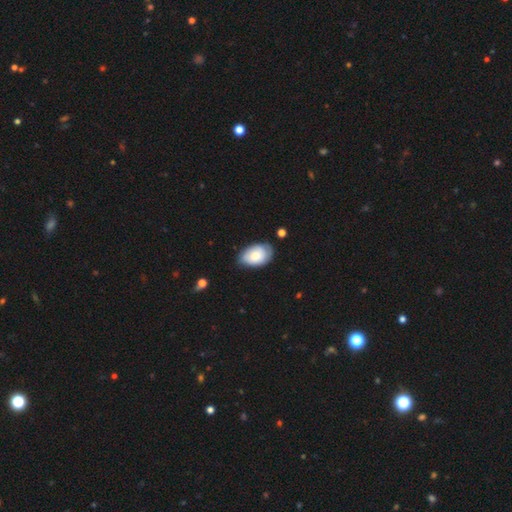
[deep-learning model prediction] smooth-or-featured: smooth: 65% | featured or disk: 28% | star or artifact: 7%
  how-rounded: in between: 88% | round: 10% | cigar-shaped: 1%
  merging: none: 66% | minor disturbance: 26% | major disturbance: 5% | merger: 2%